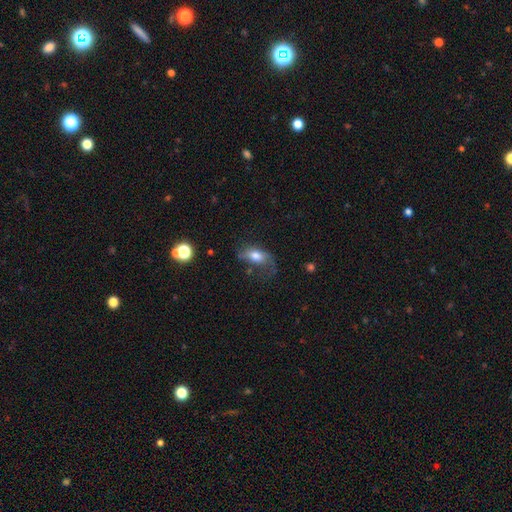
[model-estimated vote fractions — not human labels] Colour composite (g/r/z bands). It shows a smooth galaxy with no disk features (61%) that is in between round and cigar-shaped (83%). Merging: none (37%).